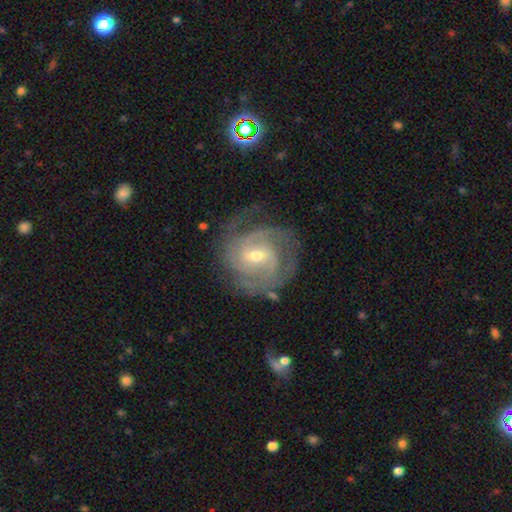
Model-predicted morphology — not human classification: Overall: featured or disk (88%). Edge-on disk: no (98%). Bar: weak (55%; no 27%). Spiral arms: yes (97%). Spiral arm count: 2 (31%, tied with 3). Spiral winding: tight (55%; medium 37%). Bulge size: small (50%; moderate 47%). Merging: none (70%).